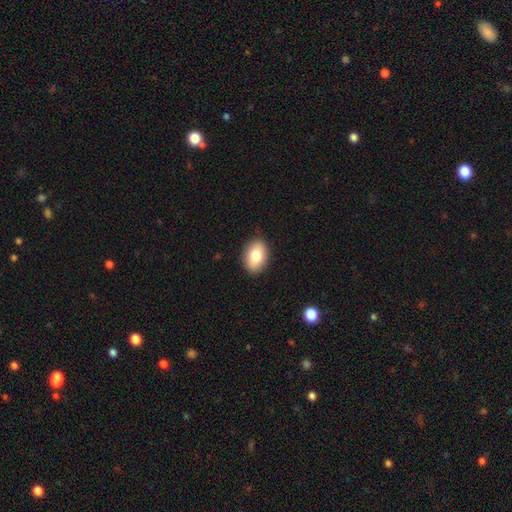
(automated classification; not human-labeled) Q: Smooth or featured?
A: smooth (79%); runner-up: featured or disk (13%)
Q: How rounded?
A: in between (82%); runner-up: round (17%)
Q: Merging?
A: none (86%); runner-up: minor disturbance (10%)